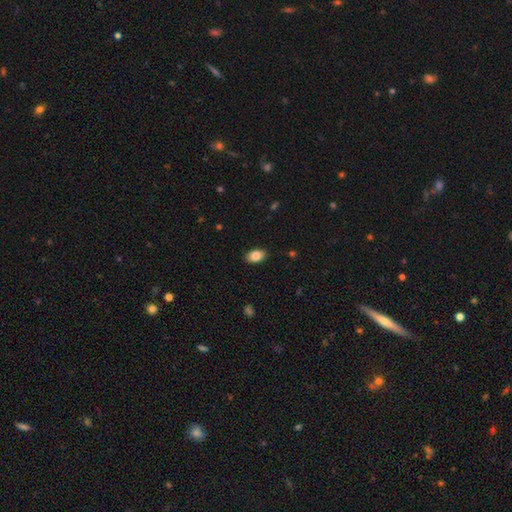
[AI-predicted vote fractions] smooth_or_featured: smooth (p=0.85) [alt: star or artifact p=0.08]
how_rounded: in between (p=0.89) [alt: round p=0.10]
merging: none (p=0.88) [alt: minor disturbance p=0.09]